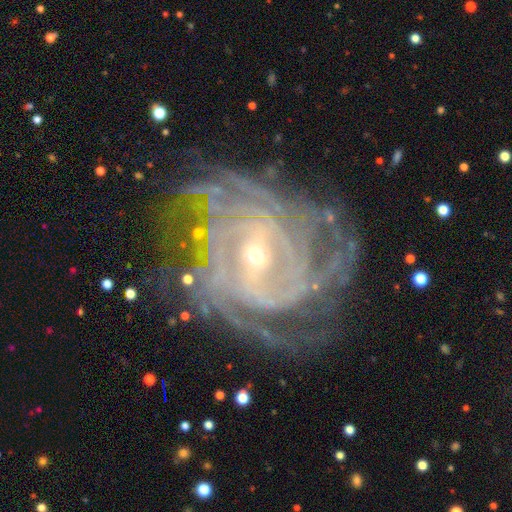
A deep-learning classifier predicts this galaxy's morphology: type=featured or disk (90%); edge-on=no (97%); bar=weak (44%); spiral arms=yes (97%); winding=tight (70%); arm count=can't tell (25%); bulge=small (68%); merging=none (67%).